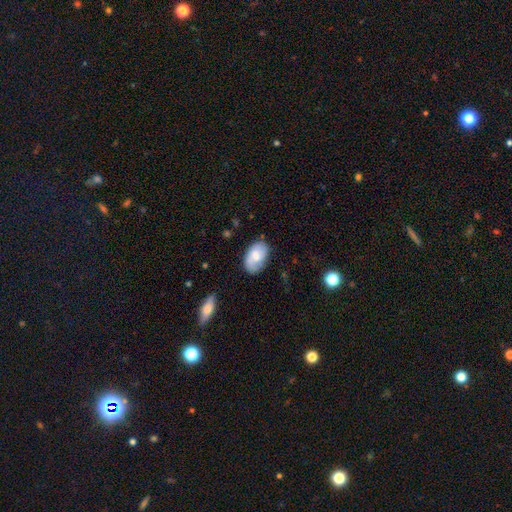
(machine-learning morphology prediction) A smooth galaxy with no disk features (62%) that is in between round and cigar-shaped (91%).

Vote fractions:
- Smooth or featured? smooth: 62% / featured or disk: 31% / star or artifact: 7%
- How rounded? in between: 91% / round: 8% / cigar-shaped: 1%
- Merging? none: 70% / minor disturbance: 23% / major disturbance: 5% / merger: 2%